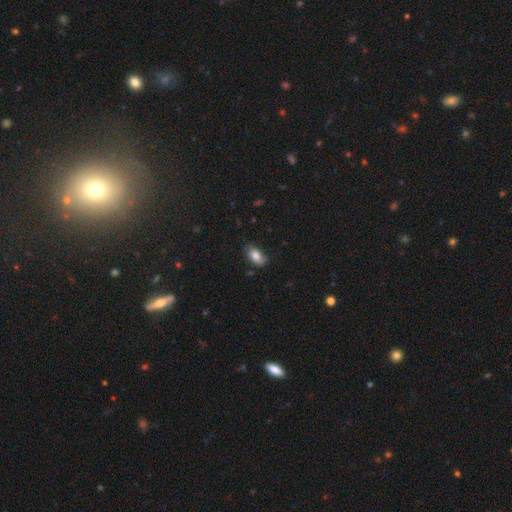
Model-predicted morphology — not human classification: Smooth or featured? Predicted: smooth (p=0.82). How rounded? Predicted: in between (p=0.91). Merging? Predicted: none (p=0.75).